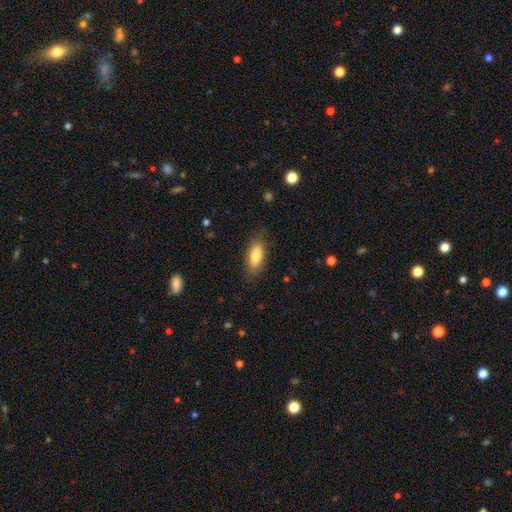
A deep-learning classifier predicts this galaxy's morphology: Smooth or featured: smooth — 82% (featured or disk — 11%)
How rounded: in between — 81% (cigar-shaped — 17%)
Merging: none — 82% (minor disturbance — 13%)